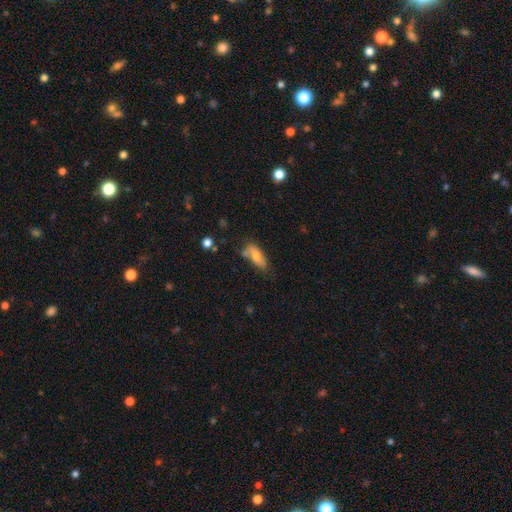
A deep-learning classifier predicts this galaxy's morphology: Q: Smooth or featured?
A: smooth (63%); runner-up: featured or disk (29%)
Q: How rounded?
A: in between (78%); runner-up: cigar-shaped (19%)
Q: Merging?
A: none (46%); runner-up: minor disturbance (30%)